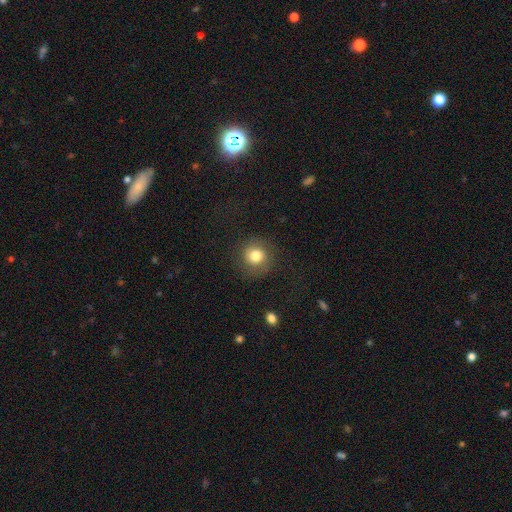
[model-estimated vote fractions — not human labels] smooth_or_featured: smooth (p=0.76) [alt: featured or disk p=0.13]
how_rounded: round (p=0.90) [alt: in between p=0.09]
merging: none (p=0.80) [alt: minor disturbance p=0.12]